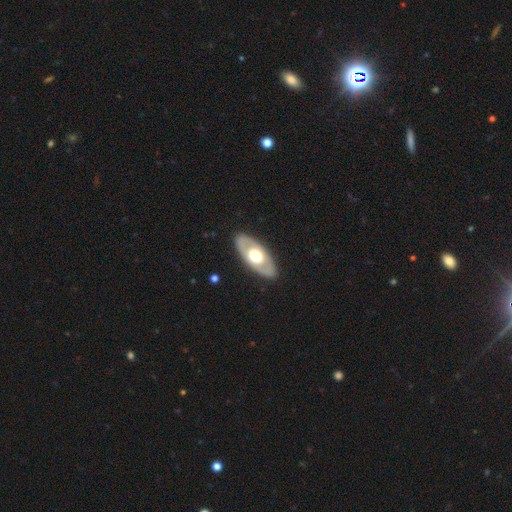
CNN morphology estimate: Smooth or featured? Predicted: featured or disk (p=0.55). Edge-on disk? Predicted: no (p=0.77). Merging? Predicted: none (p=0.88).